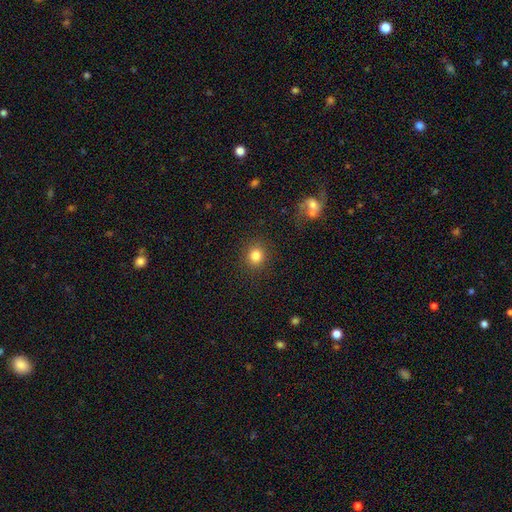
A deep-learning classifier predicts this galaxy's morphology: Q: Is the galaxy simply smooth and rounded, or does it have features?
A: smooth — 83%.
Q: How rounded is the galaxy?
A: round — 83%.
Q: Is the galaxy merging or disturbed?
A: none — 88%.